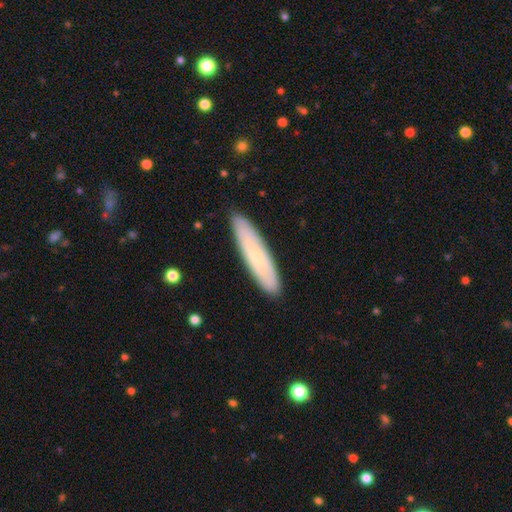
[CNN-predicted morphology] Smooth or featured: smooth — 59% (featured or disk — 35%)
How rounded: cigar-shaped — 81% (in between — 17%)
Merging: none — 87% (minor disturbance — 10%)